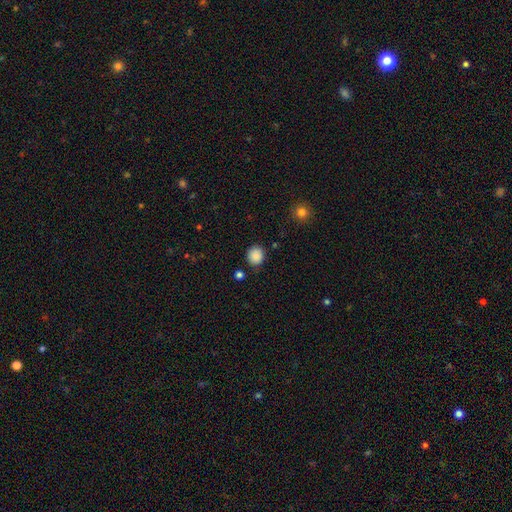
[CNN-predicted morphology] This is clearly a smooth galaxy (87%). How rounded: clearly round (81%). Merging: clearly none (83%).